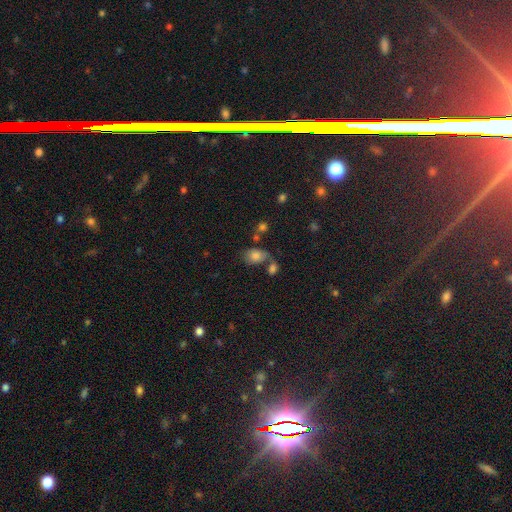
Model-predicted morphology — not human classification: smooth_or_featured: smooth (p=0.77) [alt: featured or disk p=0.13]
how_rounded: in between (p=0.78) [alt: round p=0.20]
merging: none (p=0.44) [alt: merger p=0.27]